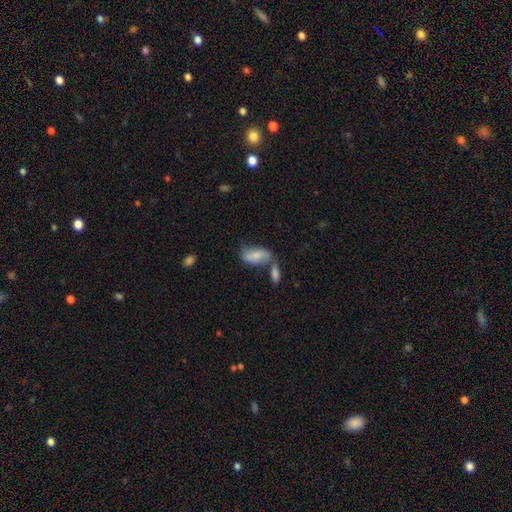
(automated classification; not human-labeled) A smooth galaxy with no disk features (72%) that is in between round and cigar-shaped (87%). Merging: none (38%, tied with merger).